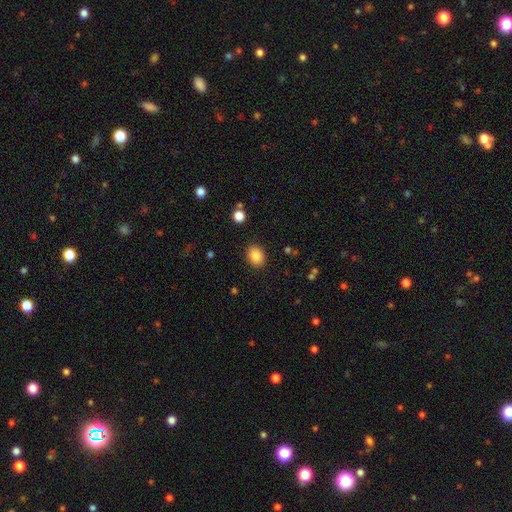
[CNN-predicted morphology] This is clearly a smooth galaxy (86%). How rounded: possibly in between (58%). Merging: clearly none (88%).